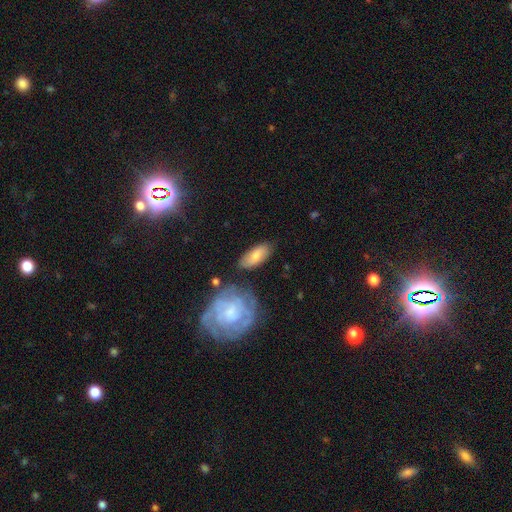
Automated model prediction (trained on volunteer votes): Q: Smooth or featured?
A: smooth (72%); runner-up: featured or disk (22%)
Q: How rounded?
A: in between (86%); runner-up: cigar-shaped (11%)
Q: Merging?
A: none (74%); runner-up: minor disturbance (16%)